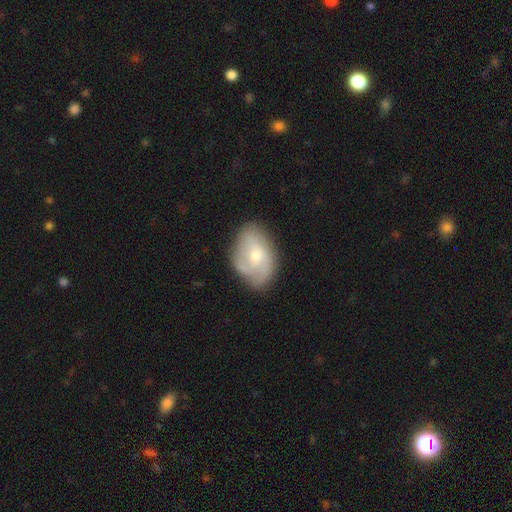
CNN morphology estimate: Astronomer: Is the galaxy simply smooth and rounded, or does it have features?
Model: featured or disk — 56% (runner-up: smooth, 36%).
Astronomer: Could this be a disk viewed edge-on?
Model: no — 95%.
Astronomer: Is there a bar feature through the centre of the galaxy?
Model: no — 68%.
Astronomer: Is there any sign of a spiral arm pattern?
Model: yes — 76%.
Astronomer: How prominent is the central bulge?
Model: small — 48% (runner-up: moderate, 47%).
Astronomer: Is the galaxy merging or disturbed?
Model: none — 64%.